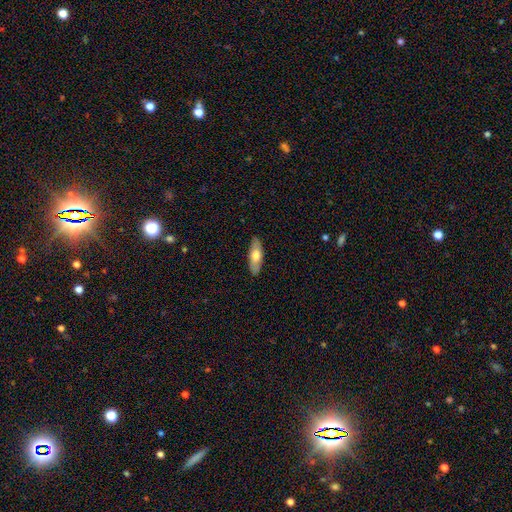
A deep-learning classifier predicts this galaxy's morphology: Q: Smooth or featured?
A: smooth (62%); runner-up: featured or disk (33%)
Q: How rounded?
A: in between (69%); runner-up: cigar-shaped (29%)
Q: Merging?
A: none (87%); runner-up: minor disturbance (10%)